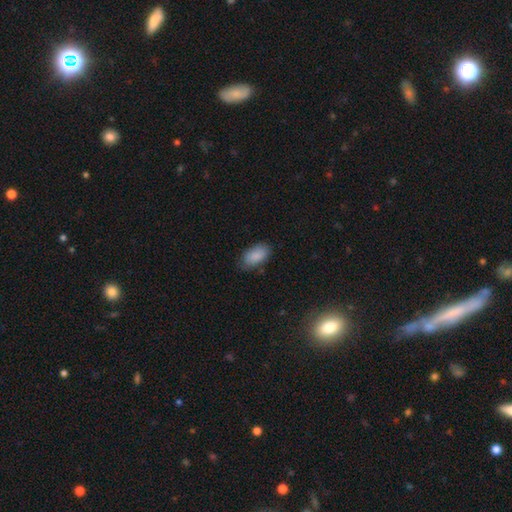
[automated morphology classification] Smooth or featured: smooth — 89% (star or artifact — 7%)
How rounded: in between — 94% (round — 4%)
Merging: none — 78% (minor disturbance — 17%)